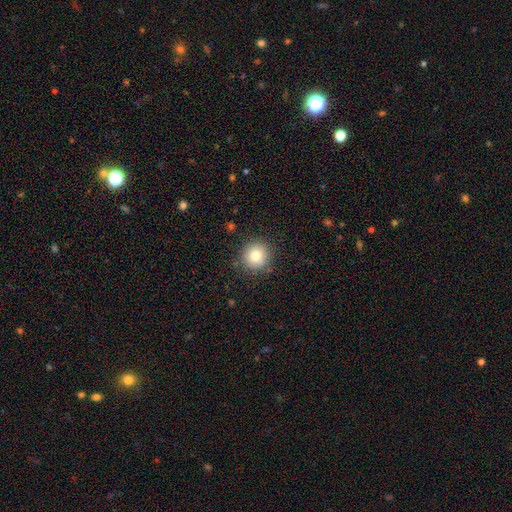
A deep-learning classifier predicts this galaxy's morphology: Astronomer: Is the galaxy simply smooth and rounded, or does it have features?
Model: smooth — 79%.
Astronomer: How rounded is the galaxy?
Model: round — 94%.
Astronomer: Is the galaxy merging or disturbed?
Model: none — 88%.